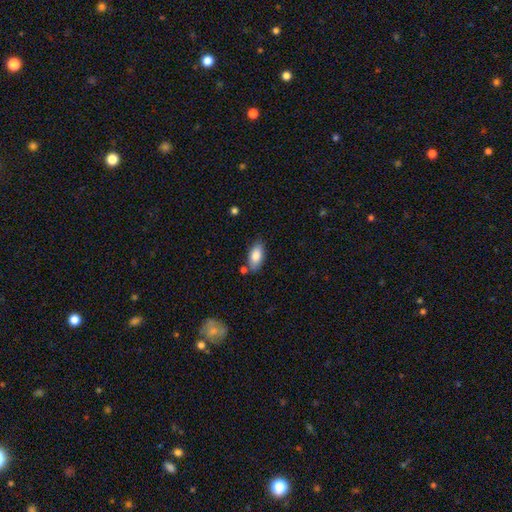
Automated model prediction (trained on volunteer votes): A smooth galaxy with no disk features (83%) that is in between round and cigar-shaped (89%).

Vote fractions:
- Smooth or featured? smooth: 83% / featured or disk: 10% / star or artifact: 7%
- How rounded? in between: 89% / cigar-shaped: 8% / round: 3%
- Merging? none: 76% / minor disturbance: 15% / merger: 6% / major disturbance: 3%